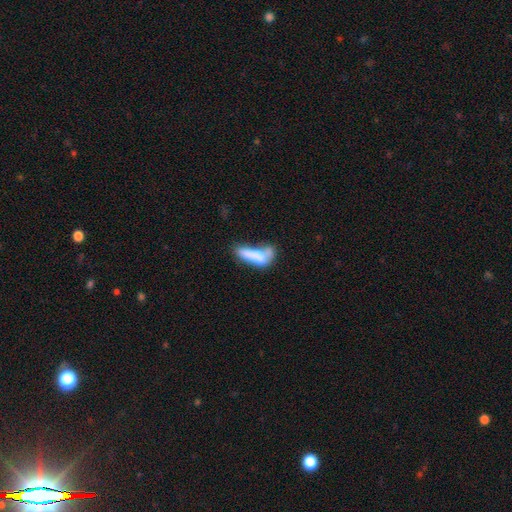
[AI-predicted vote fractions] This appears to be a smooth galaxy with no disk features (67%) that is in between round and cigar-shaped (51%). Merging: merger (40%).